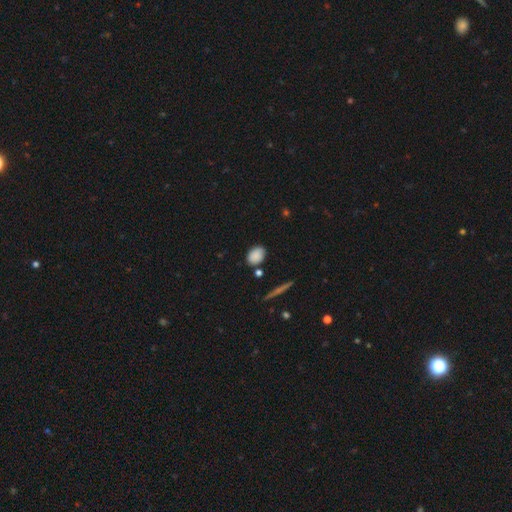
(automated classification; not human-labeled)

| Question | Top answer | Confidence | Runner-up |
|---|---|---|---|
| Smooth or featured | smooth | 86% | star or artifact (8%) |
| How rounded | in between | 74% | round (24%) |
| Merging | none | 77% | minor disturbance (15%) |